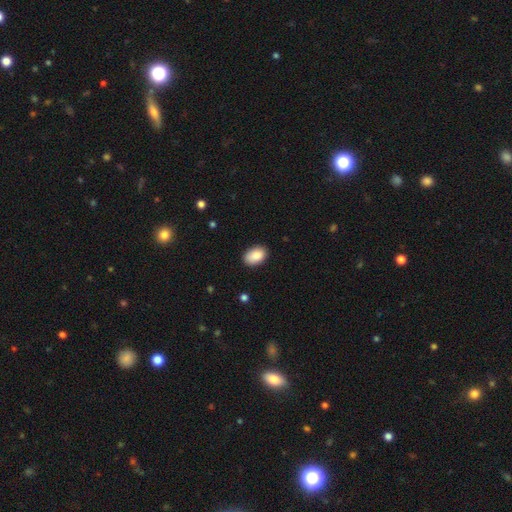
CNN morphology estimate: A smooth galaxy with no disk features (89%) that is in between round and cigar-shaped (89%). Merging: none (87%).